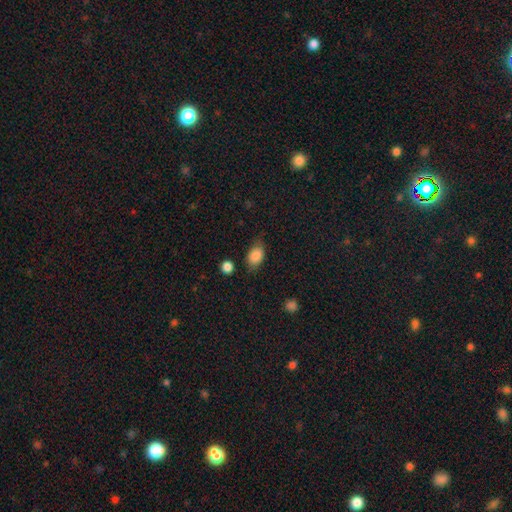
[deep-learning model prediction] This is clearly a smooth galaxy (86%). How rounded: clearly in between (82%). Merging: likely none (70%).